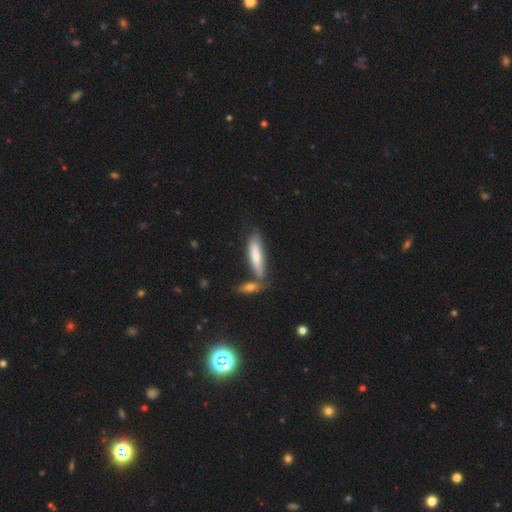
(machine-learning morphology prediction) This appears to be a smooth galaxy with no disk features (59%) that is cigar-shaped (73%). Merging: none (59%).